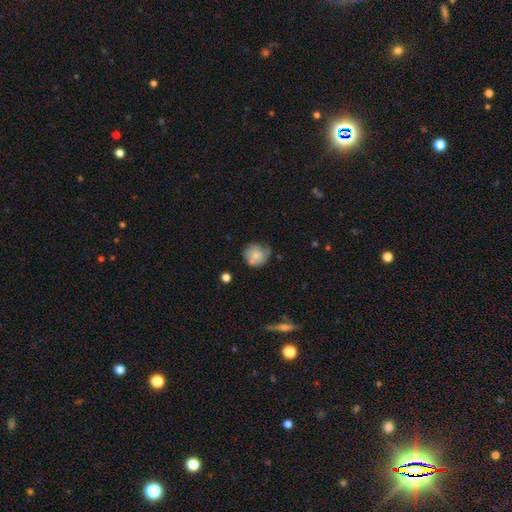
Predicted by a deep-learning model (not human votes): This appears to be a smooth galaxy with no disk features (63%) that is round (83%). Merging: none (49%).